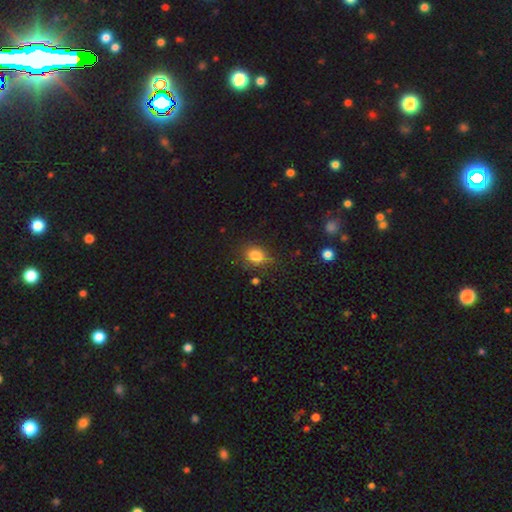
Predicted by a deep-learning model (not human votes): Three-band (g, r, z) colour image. It shows a smooth galaxy with no disk features (81%) that is round (51%). Merging: none (73%).